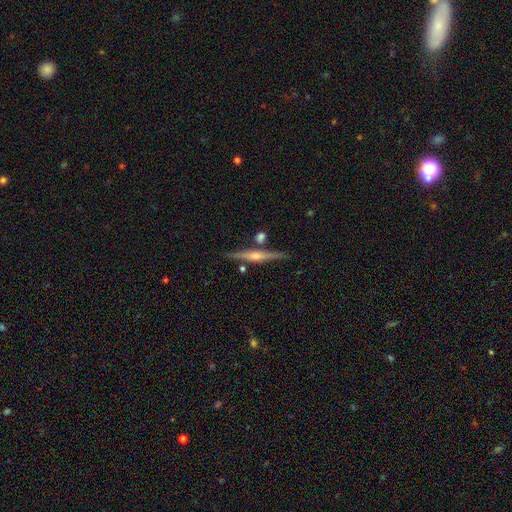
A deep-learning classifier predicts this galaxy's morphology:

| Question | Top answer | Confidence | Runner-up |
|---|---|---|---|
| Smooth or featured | featured or disk | 79% | smooth (15%) |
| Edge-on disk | yes | 98% | no (2%) |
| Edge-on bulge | rounded | 84% | boxy (8%) |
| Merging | none | 84% | minor disturbance (8%) |